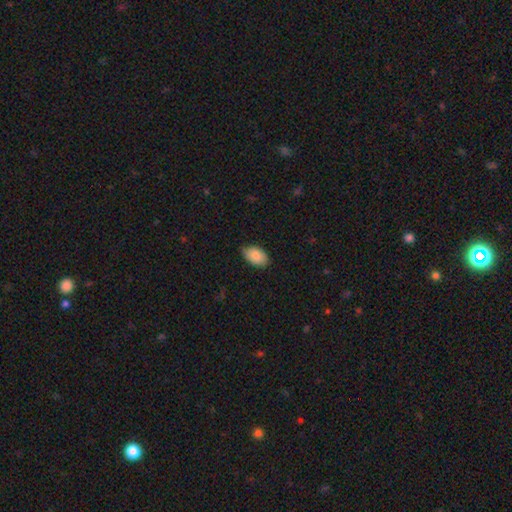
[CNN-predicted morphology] smooth 86%, featured or disk 8%, star or artifact 6%. Down the decision tree: how rounded — in between (94%); merging — none (79%).